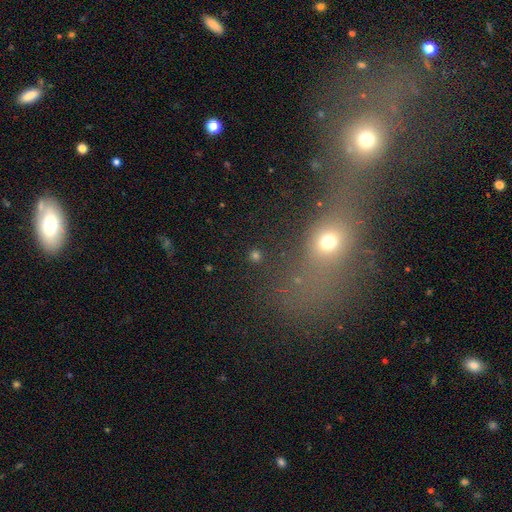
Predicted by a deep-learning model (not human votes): smooth 62%, star or artifact 28%, featured or disk 10%. Down the decision tree: how rounded — round (82%); merging — none (78%).